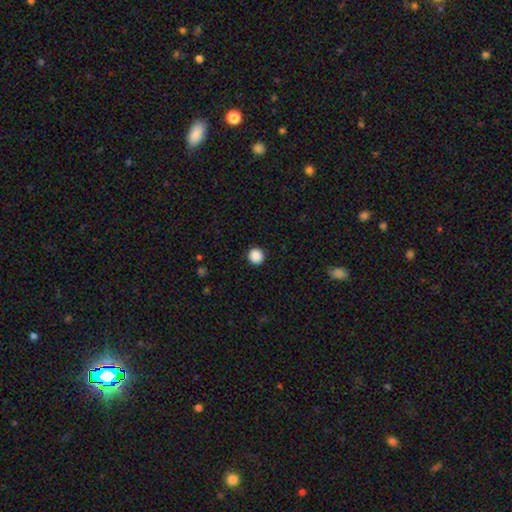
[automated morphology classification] Q: Smooth or featured?
A: smooth (89%); runner-up: star or artifact (9%)
Q: How rounded?
A: round (94%); runner-up: in between (5%)
Q: Merging?
A: none (93%); runner-up: minor disturbance (4%)